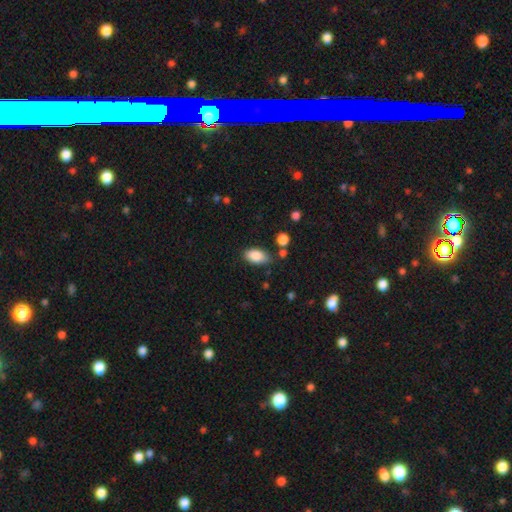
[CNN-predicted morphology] Smooth or featured? Predicted: smooth (p=0.87). How rounded? Predicted: in between (p=0.93). Merging? Predicted: none (p=0.75).